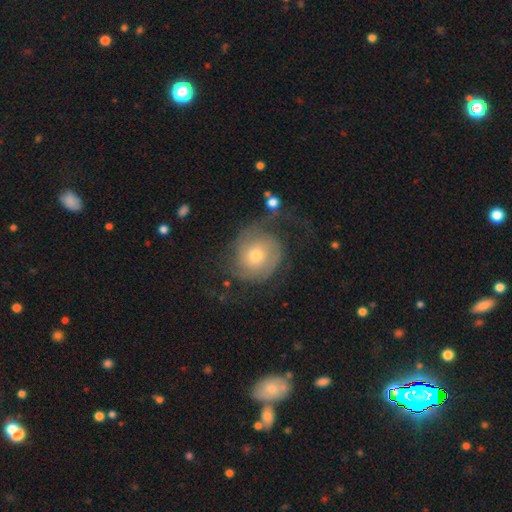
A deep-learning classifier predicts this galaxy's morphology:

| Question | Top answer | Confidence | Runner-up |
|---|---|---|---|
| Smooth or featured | featured or disk | 69% | smooth (24%) |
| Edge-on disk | no | 97% | yes (3%) |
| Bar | no | 77% | weak (19%) |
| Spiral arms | yes | 88% | no (12%) |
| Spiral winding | tight | 40% | medium (35%) |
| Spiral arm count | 2 | 56% | can't tell (20%) |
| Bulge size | moderate | 52% | small (42%) |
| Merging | none | 51% | major disturbance (27%) |